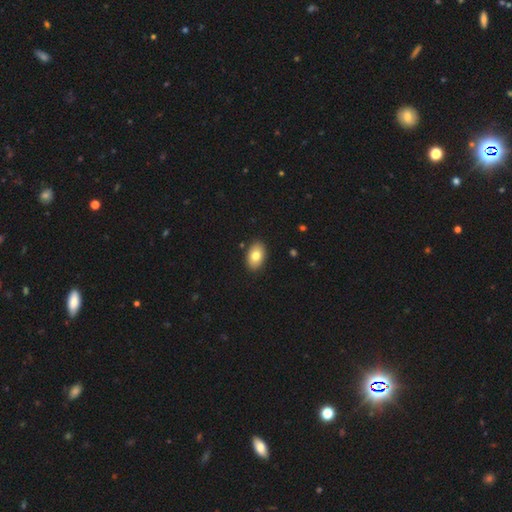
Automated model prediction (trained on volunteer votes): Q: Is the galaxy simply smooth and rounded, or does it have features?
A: smooth — 79%.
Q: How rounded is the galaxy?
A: in between — 90%.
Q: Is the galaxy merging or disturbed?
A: none — 89%.